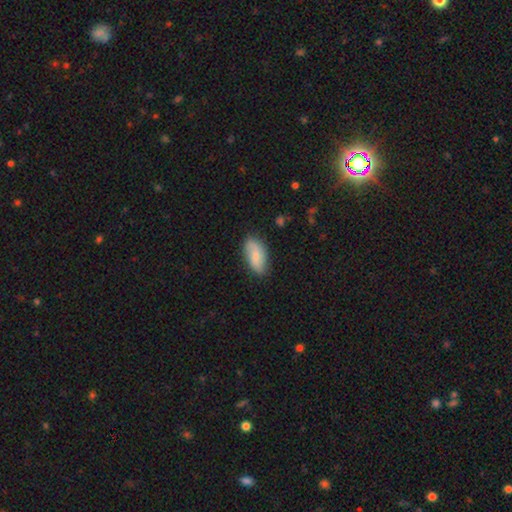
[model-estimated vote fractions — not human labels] A smooth galaxy with no disk features (64%) that is in between round and cigar-shaped (91%).

Vote fractions:
- Smooth or featured? smooth: 64% / featured or disk: 30% / star or artifact: 6%
- How rounded? in between: 91% / cigar-shaped: 5% / round: 4%
- Merging? none: 77% / minor disturbance: 18% / major disturbance: 3% / merger: 1%